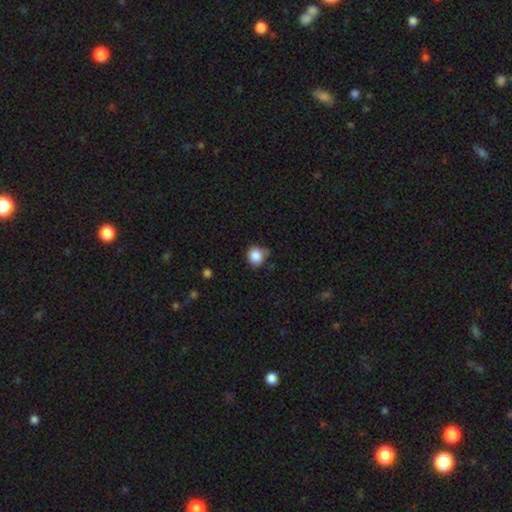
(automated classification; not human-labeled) Smooth or featured: smooth — 87% (star or artifact — 9%)
How rounded: round — 84% (in between — 15%)
Merging: none — 63% (minor disturbance — 27%)